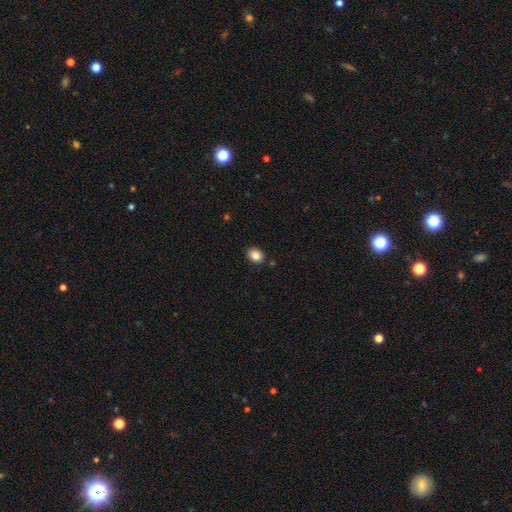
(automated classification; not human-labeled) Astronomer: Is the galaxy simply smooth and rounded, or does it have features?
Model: smooth — 86%.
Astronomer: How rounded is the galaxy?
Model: in between — 50% (runner-up: round, 49%).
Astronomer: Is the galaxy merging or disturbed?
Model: none — 87%.